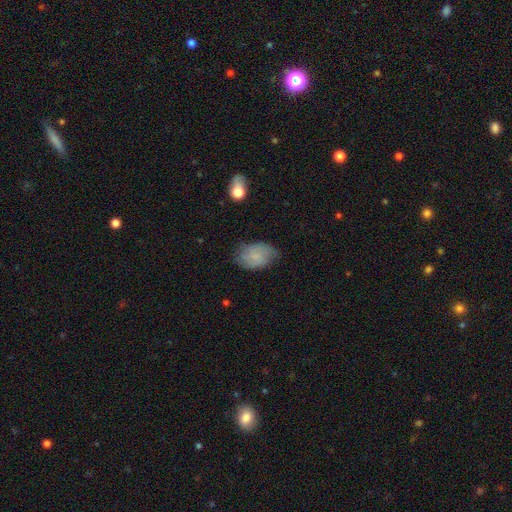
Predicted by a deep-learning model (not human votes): Q: Smooth or featured?
A: smooth (66%); runner-up: featured or disk (25%)
Q: How rounded?
A: in between (86%); runner-up: round (12%)
Q: Merging?
A: none (65%); runner-up: minor disturbance (27%)